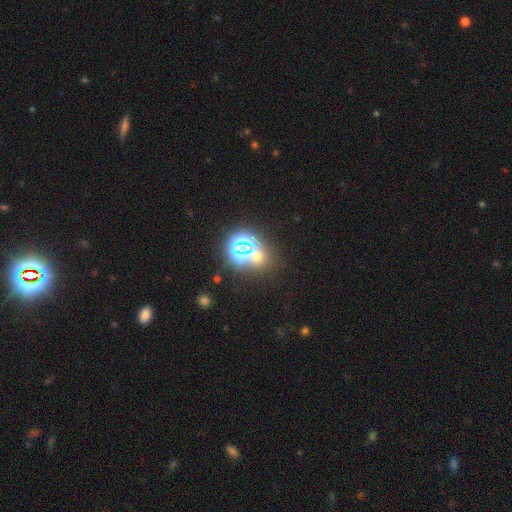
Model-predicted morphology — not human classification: Q: Smooth or featured?
A: star or artifact (53%); runner-up: smooth (38%)